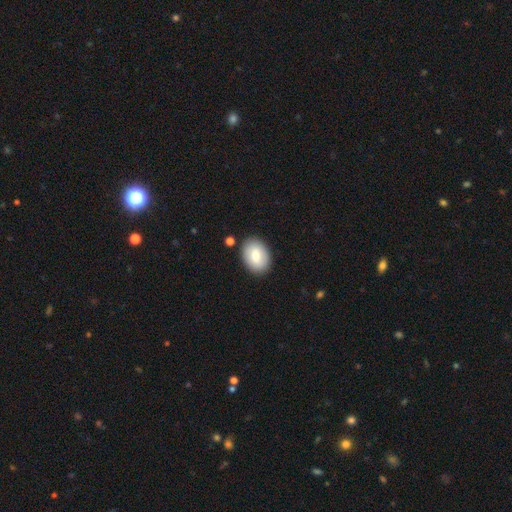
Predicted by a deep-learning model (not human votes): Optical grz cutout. It shows a smooth galaxy with no disk features (77%) that is in between round and cigar-shaped (81%). Merging: none (86%).